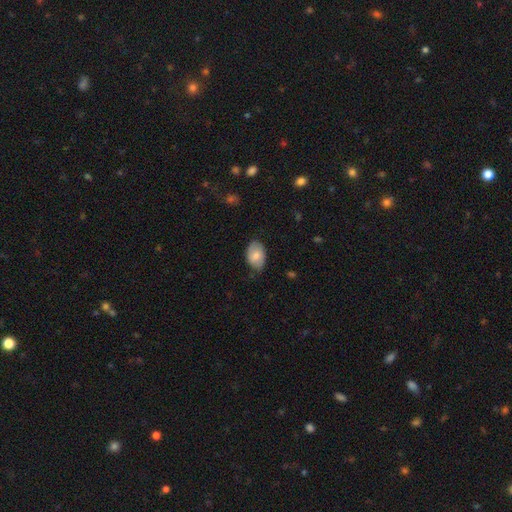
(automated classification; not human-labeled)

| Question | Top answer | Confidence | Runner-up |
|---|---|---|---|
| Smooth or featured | smooth | 77% | featured or disk (17%) |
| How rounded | in between | 88% | round (11%) |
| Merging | none | 73% | minor disturbance (22%) |